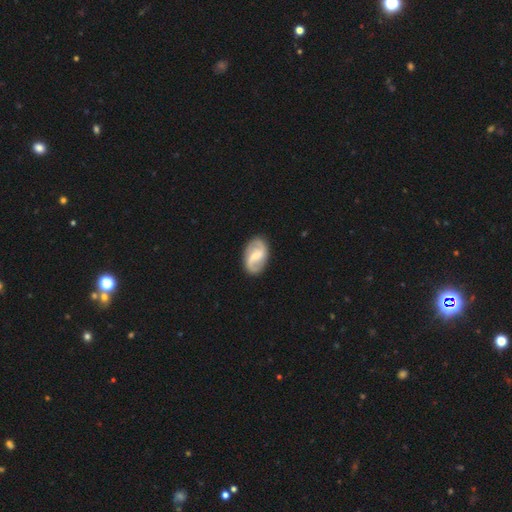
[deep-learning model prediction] Morphology: type=featured or disk (80%); edge-on=no (97%); bar=weak (54%); spiral arms=yes (94%); winding=medium (43%); arm count=2 (91%); bulge=small (47%); merging=none (84%).